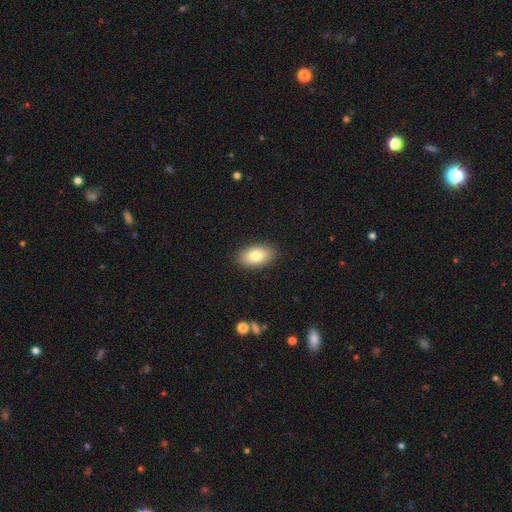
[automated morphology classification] Smooth or featured? Predicted: smooth (p=0.80). How rounded? Predicted: in between (p=0.93). Merging? Predicted: none (p=0.89).